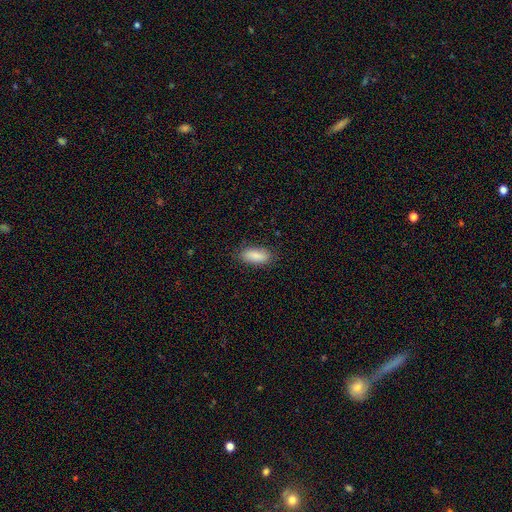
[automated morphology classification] Q: Smooth or featured?
A: smooth (87%); runner-up: featured or disk (6%)
Q: How rounded?
A: in between (84%); runner-up: cigar-shaped (14%)
Q: Merging?
A: none (84%); runner-up: minor disturbance (12%)